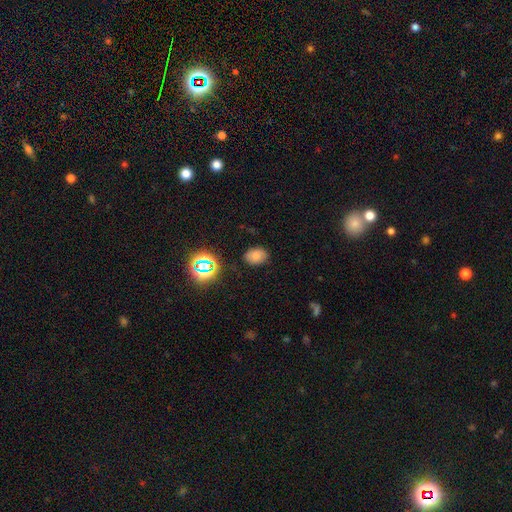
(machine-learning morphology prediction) smooth 73%, star or artifact 18%, featured or disk 9%. Down the decision tree: how rounded — in between (70%); merging — none (82%).